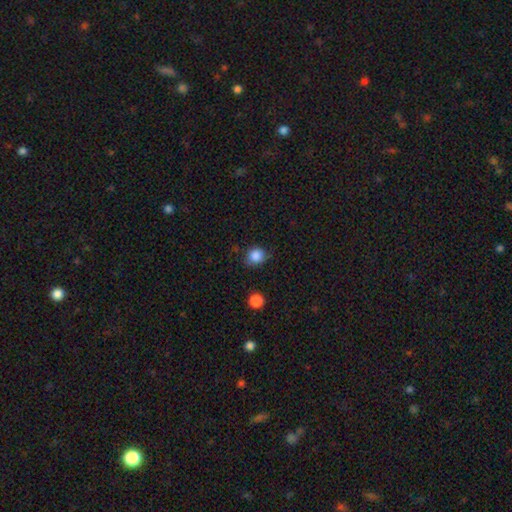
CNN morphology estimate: This appears to be a smooth galaxy with no disk features (86%) that is round (85%). Merging: none (79%).